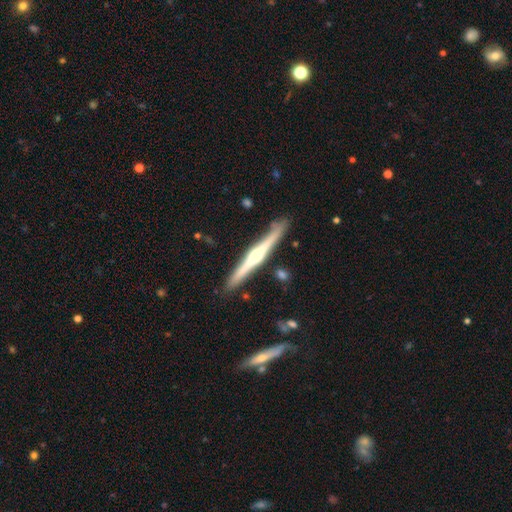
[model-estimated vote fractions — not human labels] A featured or disk galaxy (74%) viewed edge-on (98%) with a rounded central bulge (84%).

Vote fractions:
- Smooth or featured? featured or disk: 74% / smooth: 21% / star or artifact: 5%
- Edge-on disk? yes: 98% / no: 2%
- Edge-on bulge? rounded: 84% / boxy: 8% / none: 8%
- Merging? none: 85% / minor disturbance: 10% / merger: 2% / major disturbance: 2%